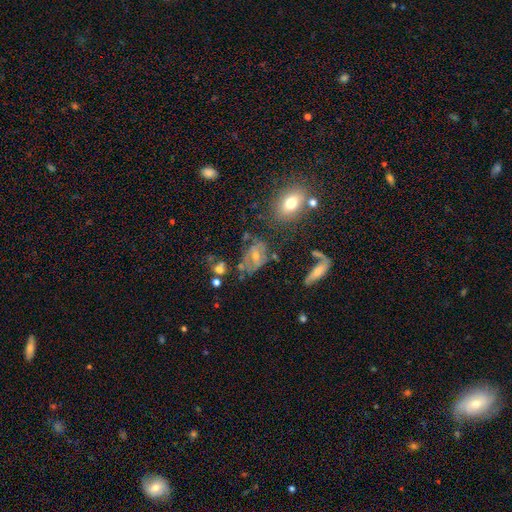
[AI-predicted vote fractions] This appears to be a featured or disk galaxy (50%). Merging: none (47%).